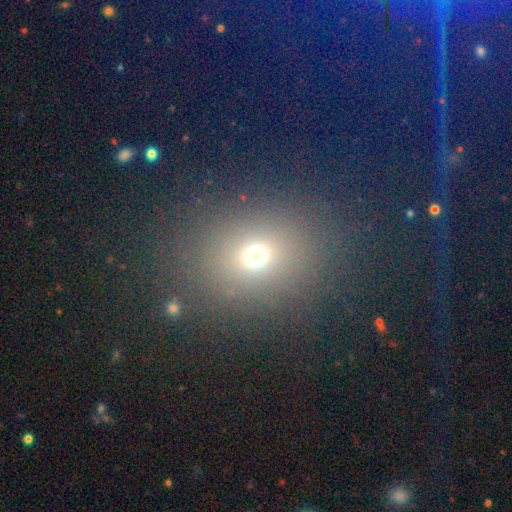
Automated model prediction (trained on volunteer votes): smooth-or-featured: smooth: 67% | star or artifact: 22% | featured or disk: 10%
  how-rounded: round: 55% | in between: 44% | cigar-shaped: 1%
  merging: none: 82% | minor disturbance: 9% | major disturbance: 5% | merger: 3%